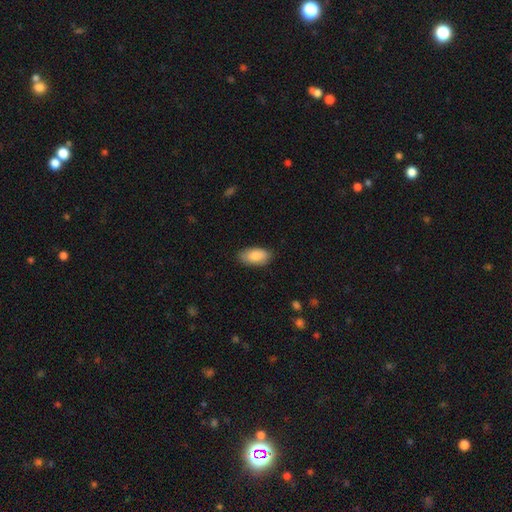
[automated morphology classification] Smooth or featured? smooth (86%)
How rounded? in between (94%)
Merging? none (83%)